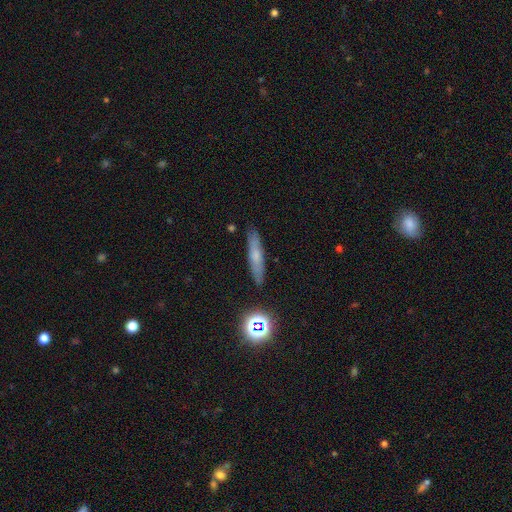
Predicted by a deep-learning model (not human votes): Smooth or featured? smooth (59%)
How rounded? cigar-shaped (84%)
Merging? none (87%)